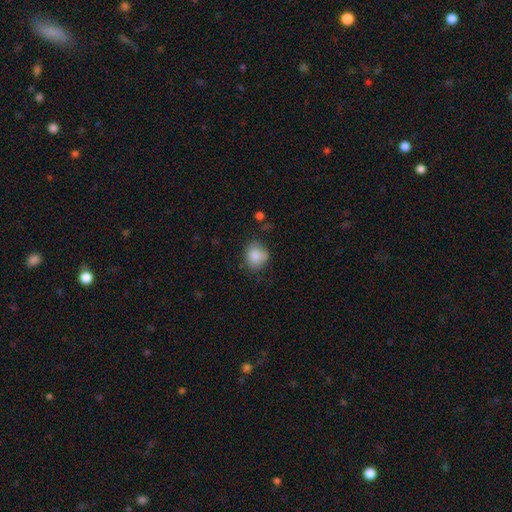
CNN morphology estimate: Smooth or featured? smooth (84%)
How rounded? round (72%)
Merging? none (68%)